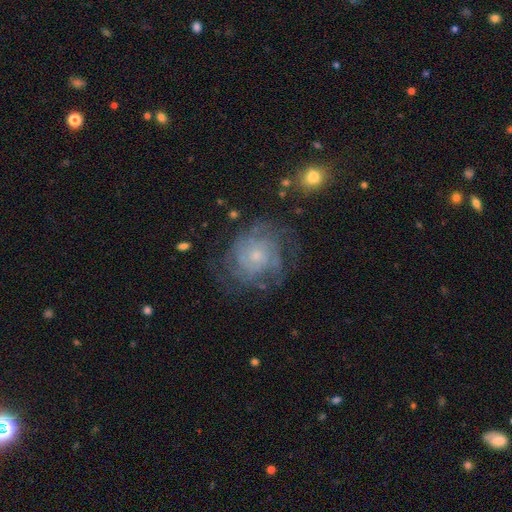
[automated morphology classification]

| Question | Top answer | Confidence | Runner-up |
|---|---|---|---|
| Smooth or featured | featured or disk | 74% | smooth (17%) |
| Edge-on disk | no | 97% | yes (3%) |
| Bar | no | 80% | weak (18%) |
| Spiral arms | yes | 86% | no (14%) |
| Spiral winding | tight | 62% | medium (28%) |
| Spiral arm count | can't tell | 50% | 3 (13%) |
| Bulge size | small | 69% | moderate (24%) |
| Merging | none | 64% | minor disturbance (20%) |